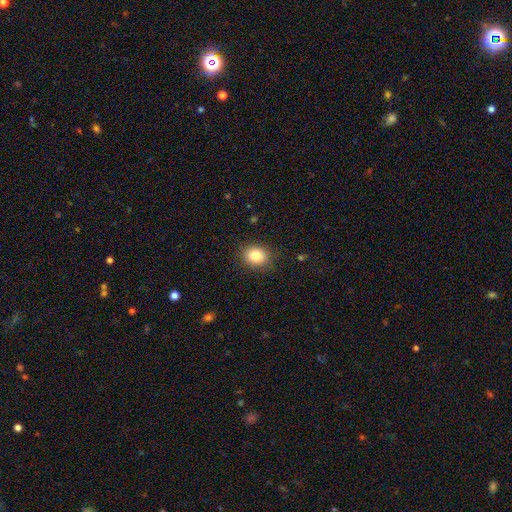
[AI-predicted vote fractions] Overall: smooth (85%). How rounded: round (52%; in between 47%). Merging: none (86%).